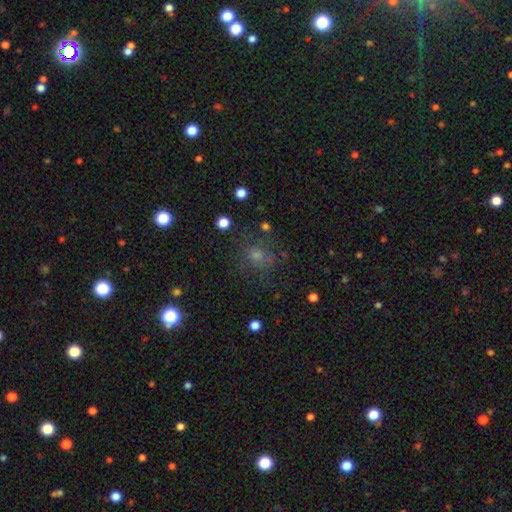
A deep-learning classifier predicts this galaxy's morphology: Smooth or featured: smooth — 55% (star or artifact — 28%)
How rounded: round — 75% (in between — 24%)
Merging: none — 67% (minor disturbance — 16%)